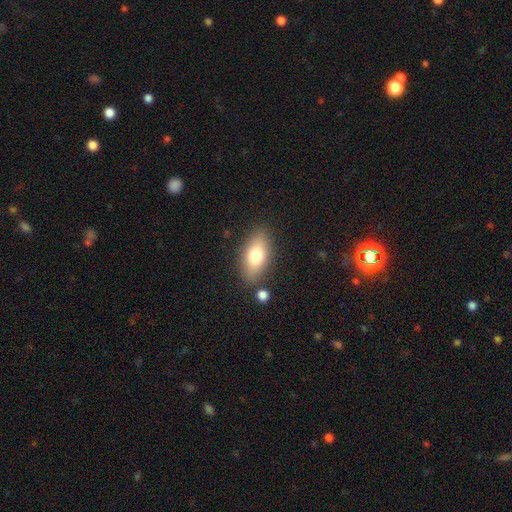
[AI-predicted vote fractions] A smooth galaxy with no disk features (75%) that is in between round and cigar-shaped (87%).

Vote fractions:
- Smooth or featured? smooth: 75% / featured or disk: 18% / star or artifact: 8%
- How rounded? in between: 87% / cigar-shaped: 7% / round: 5%
- Merging? none: 81% / minor disturbance: 11% / merger: 5% / major disturbance: 3%